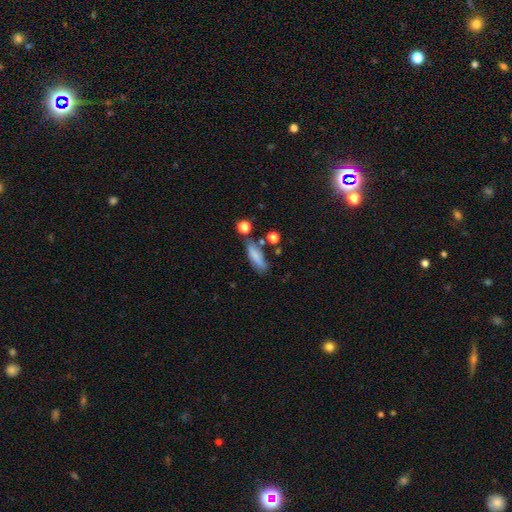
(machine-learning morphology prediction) The model was most divided on "how rounded": cigar-shaped: 54%, in between: 42%, round: 4%. More confident: smooth or featured — smooth (75%); merging — none (64%).